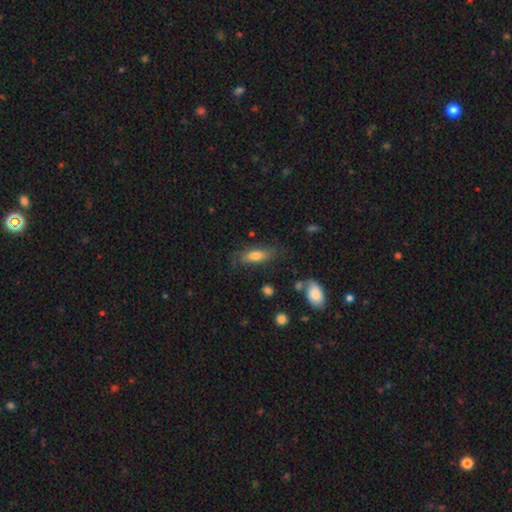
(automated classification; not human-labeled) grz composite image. It shows a smooth galaxy with no disk features (63%) that is in between round and cigar-shaped (64%). Merging: none (63%).